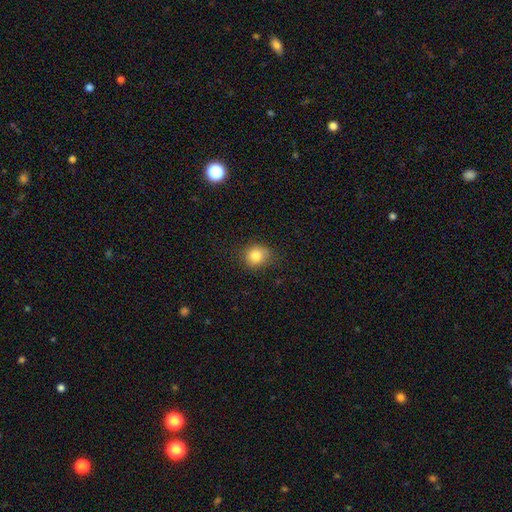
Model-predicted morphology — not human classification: A smooth galaxy with no disk features (83%) that is round (74%).

Vote fractions:
- Smooth or featured? smooth: 83% / star or artifact: 11% / featured or disk: 6%
- How rounded? round: 74% / in between: 25% / cigar-shaped: 1%
- Merging? none: 78% / minor disturbance: 16% / major disturbance: 4% / merger: 1%